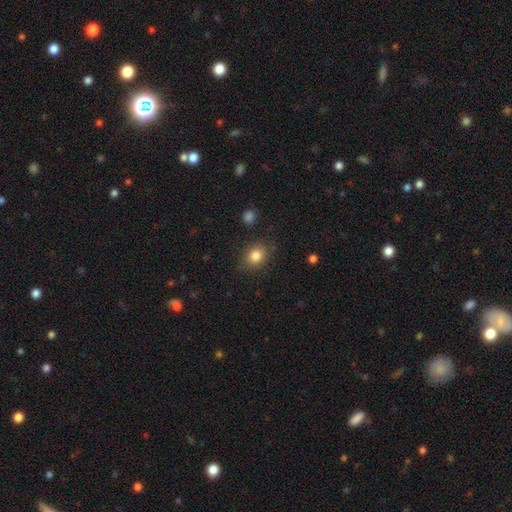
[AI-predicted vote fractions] Overall: smooth (82%). How rounded: round (58%; in between 41%). Merging: none (81%).